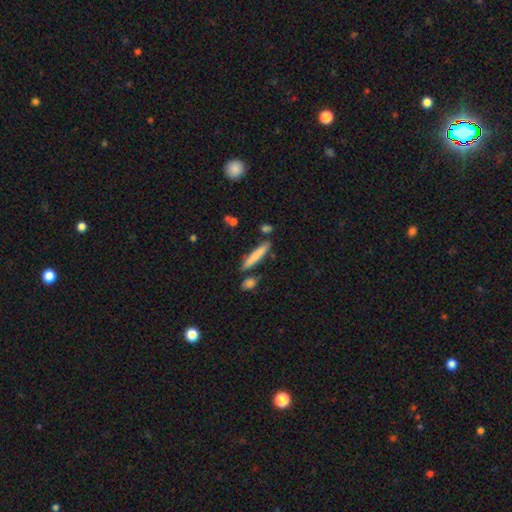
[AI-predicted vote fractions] Smooth or featured: smooth — 77% (featured or disk — 17%)
How rounded: cigar-shaped — 91% (in between — 8%)
Merging: none — 81% (minor disturbance — 11%)